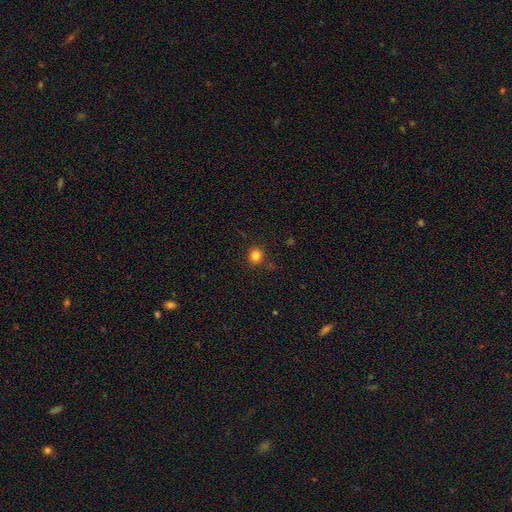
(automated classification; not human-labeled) smooth 82%, star or artifact 13%, featured or disk 5%. Down the decision tree: how rounded — round (92%); merging — none (87%).